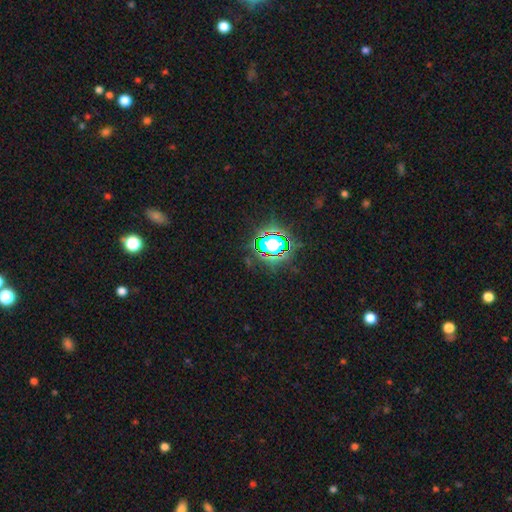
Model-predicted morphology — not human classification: This is clearly a star or artifact rather than a galaxy (80%).